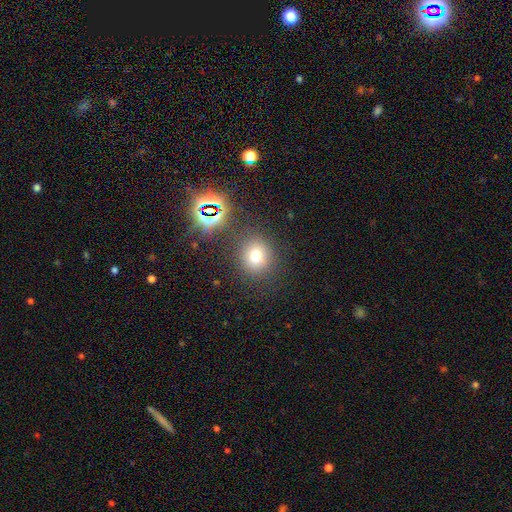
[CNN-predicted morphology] A smooth galaxy with no disk features (70%) that is round (83%). Merging: none (82%).